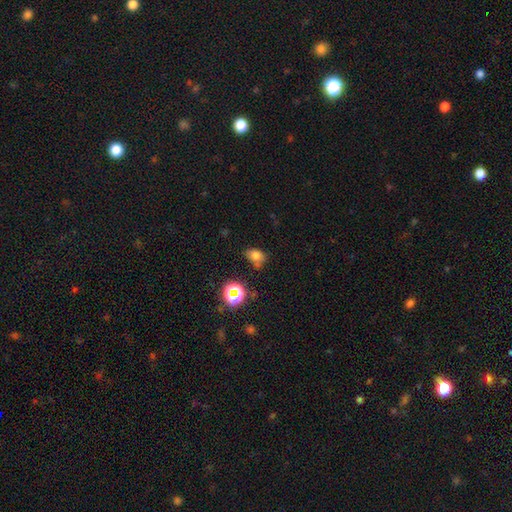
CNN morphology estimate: Overall: smooth (72%). How rounded: in between (70%). Merging: none (61%; minor disturbance 23%).